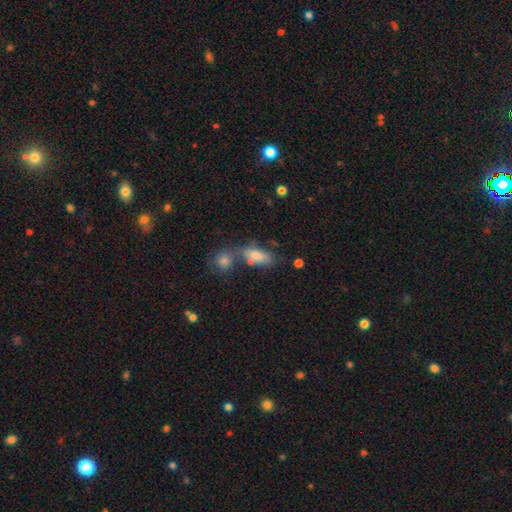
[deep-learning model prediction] A smooth galaxy with no disk features (73%) that is in between round and cigar-shaped (75%). Merging: none (48%).